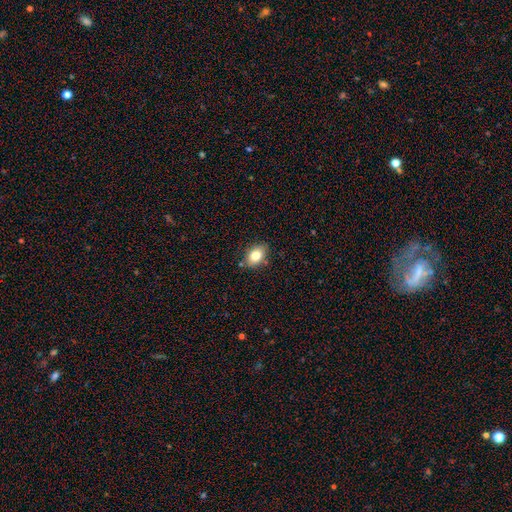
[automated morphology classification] smooth 81%, featured or disk 10%, star or artifact 9%. Down the decision tree: how rounded — in between (78%); merging — none (81%).